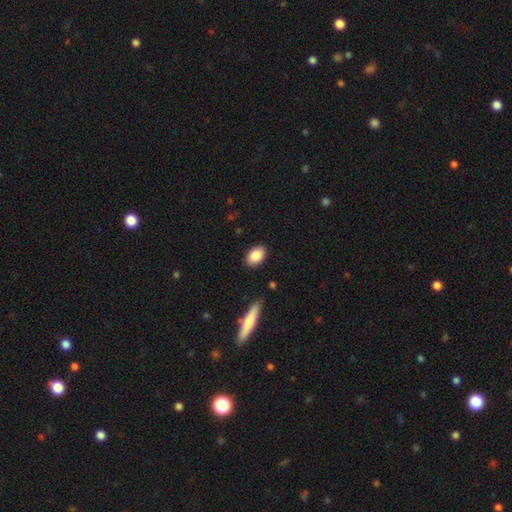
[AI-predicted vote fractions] Smooth or featured?
  - smooth: 87% *
  - star or artifact: 7%
  - featured or disk: 6%
How rounded?
  - in between: 83% *
  - round: 15%
  - cigar-shaped: 2%
Merging?
  - none: 87% *
  - minor disturbance: 9%
  - major disturbance: 2%
  - merger: 2%